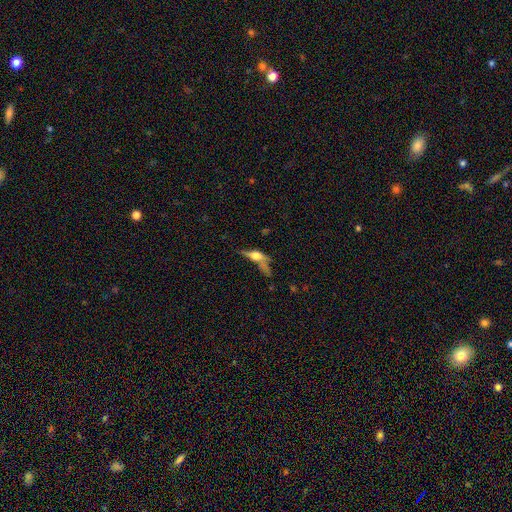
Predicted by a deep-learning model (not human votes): featured or disk 48%, smooth 40%, star or artifact 12%. Down the decision tree: merging — none (34%).